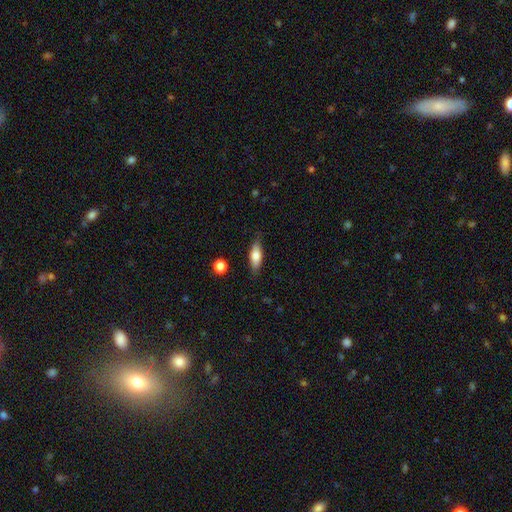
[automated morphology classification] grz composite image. It shows a smooth galaxy with no disk features (70%) that is in between round and cigar-shaped (68%). Merging: none (81%).